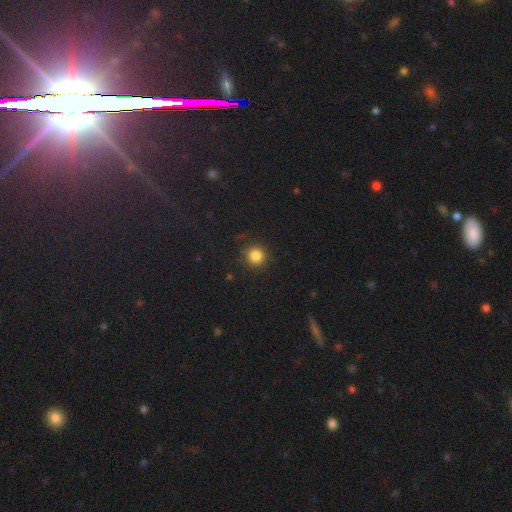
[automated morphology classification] The model was most divided on "smooth or featured": smooth: 84%, star or artifact: 12%, featured or disk: 4%. More confident: how rounded — round (93%); merging — none (85%).